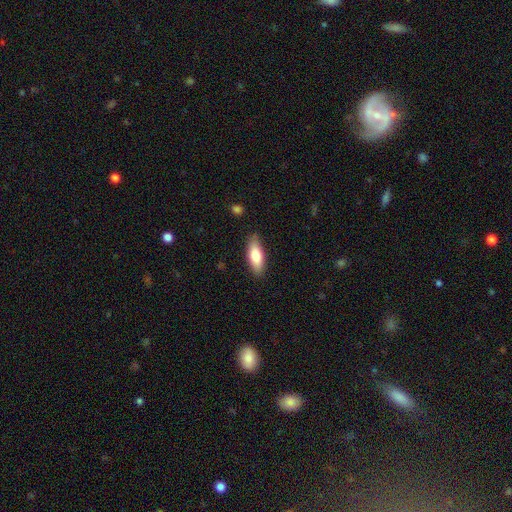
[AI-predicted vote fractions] Smooth or featured?
  - smooth: 76% *
  - featured or disk: 18%
  - star or artifact: 6%
How rounded?
  - in between: 68% *
  - cigar-shaped: 30%
  - round: 2%
Merging?
  - none: 85% *
  - minor disturbance: 12%
  - major disturbance: 2%
  - merger: 1%